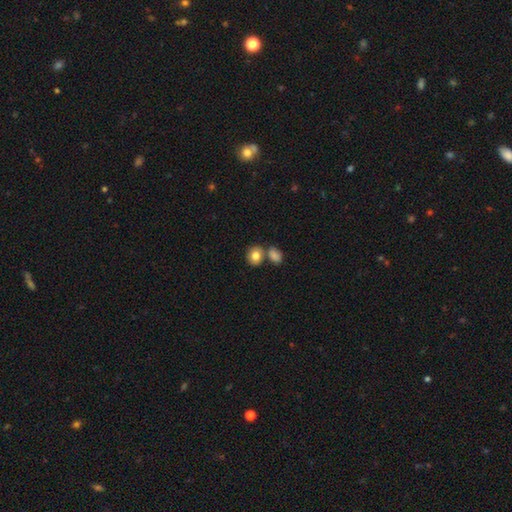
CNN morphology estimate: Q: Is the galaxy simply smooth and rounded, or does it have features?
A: smooth — 83%.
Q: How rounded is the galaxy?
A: round — 62%.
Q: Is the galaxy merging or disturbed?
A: none — 58%.